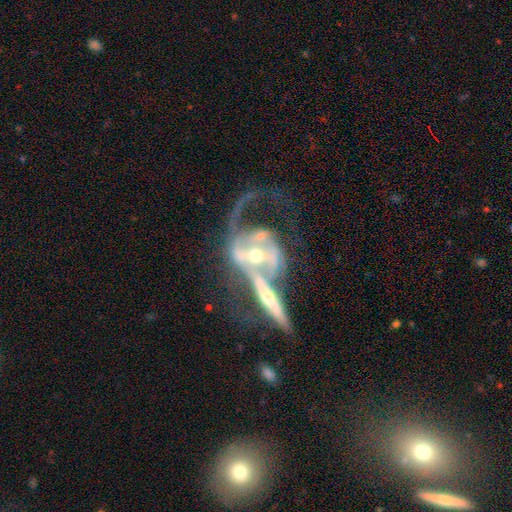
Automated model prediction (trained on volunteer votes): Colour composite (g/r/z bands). It shows a featured or disk galaxy (83%) with no bar (42%), 2 (48%) loose (52%) spiral arms (76%) and a moderate central bulge (51%). Merging: merger (59%).